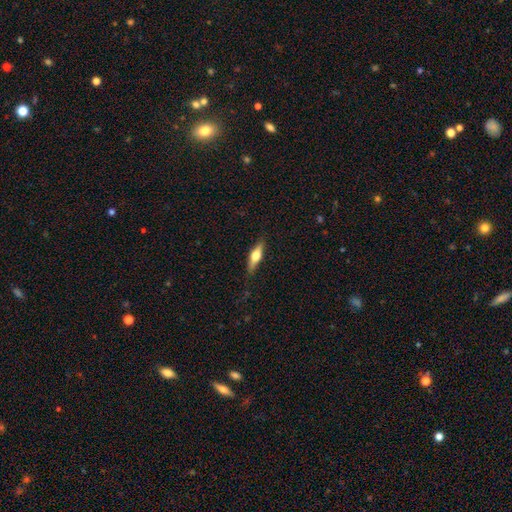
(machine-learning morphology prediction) smooth-or-featured: featured or disk: 50% | smooth: 44% | star or artifact: 6%
  merging: none: 83% | minor disturbance: 13% | major disturbance: 3% | merger: 1%